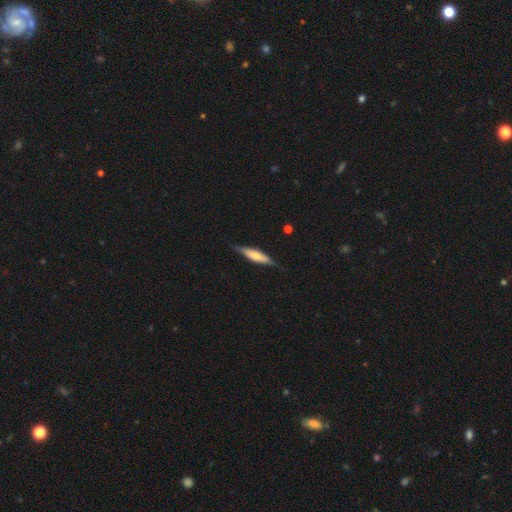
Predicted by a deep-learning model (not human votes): Smooth or featured?
  - smooth: 53% *
  - featured or disk: 42%
  - star or artifact: 6%
How rounded?
  - cigar-shaped: 79% *
  - in between: 20%
  - round: 2%
Merging?
  - none: 82% *
  - minor disturbance: 15%
  - major disturbance: 3%
  - merger: 1%